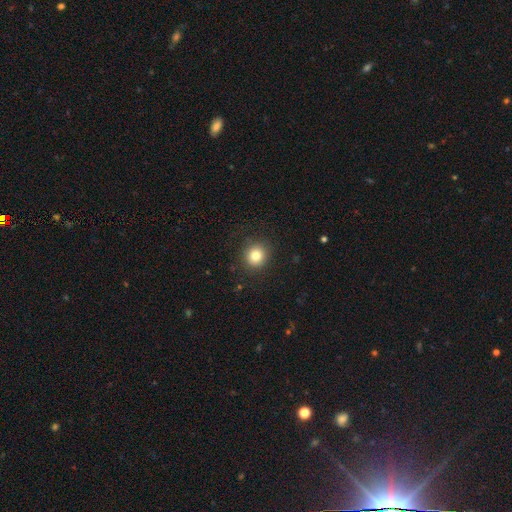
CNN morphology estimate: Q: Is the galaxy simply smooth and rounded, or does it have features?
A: smooth — 82%.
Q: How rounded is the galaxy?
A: round — 91%.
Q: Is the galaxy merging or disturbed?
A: none — 90%.